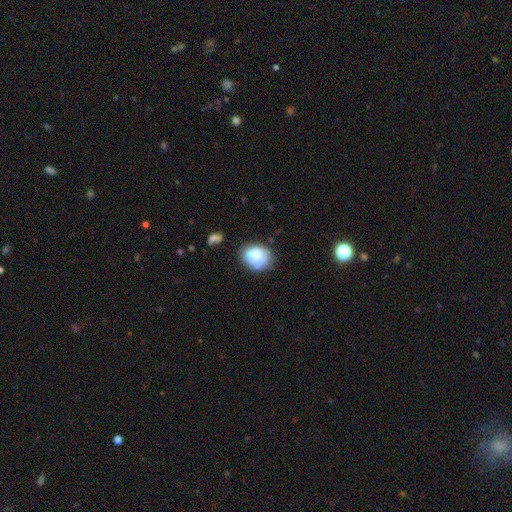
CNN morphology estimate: A smooth galaxy with no disk features (77%) that is round (51%).

Vote fractions:
- Smooth or featured? smooth: 77% / featured or disk: 15% / star or artifact: 9%
- How rounded? round: 51% / in between: 48% / cigar-shaped: 1%
- Merging? none: 53% / minor disturbance: 27% / merger: 10% / major disturbance: 9%